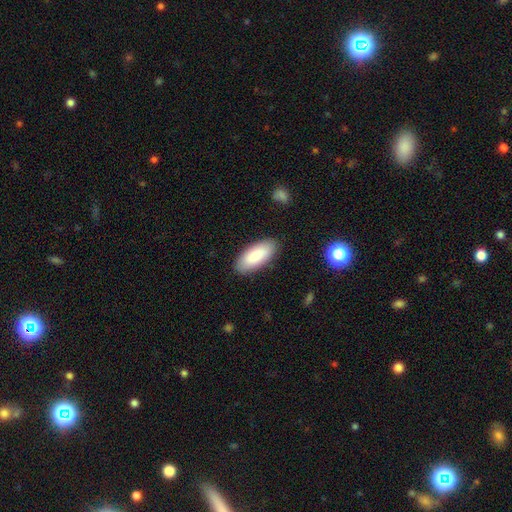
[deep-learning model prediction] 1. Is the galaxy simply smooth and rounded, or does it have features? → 87% smooth, 8% featured or disk, 6% star or artifact.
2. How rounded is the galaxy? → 88% in between, 10% cigar-shaped, 2% round.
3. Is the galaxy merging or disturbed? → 87% none, 10% minor disturbance, 2% major disturbance, 1% merger.